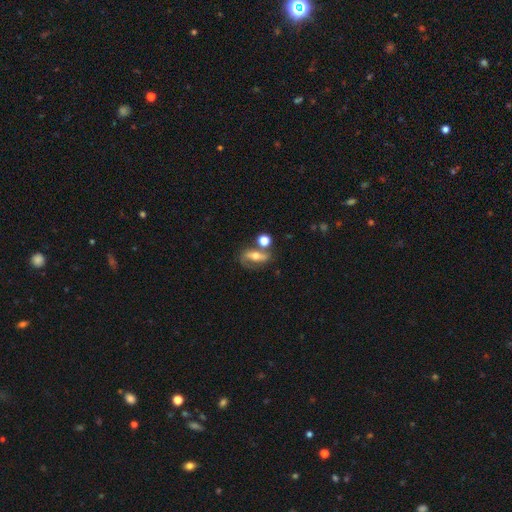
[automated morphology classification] A featured or disk galaxy (59%). Merging: none (56%).